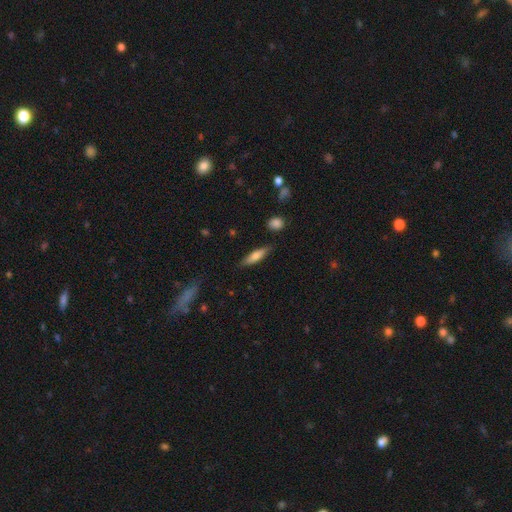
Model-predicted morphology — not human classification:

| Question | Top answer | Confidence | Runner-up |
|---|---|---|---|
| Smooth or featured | smooth | 66% | featured or disk (28%) |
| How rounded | cigar-shaped | 71% | in between (27%) |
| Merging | none | 84% | minor disturbance (12%) |